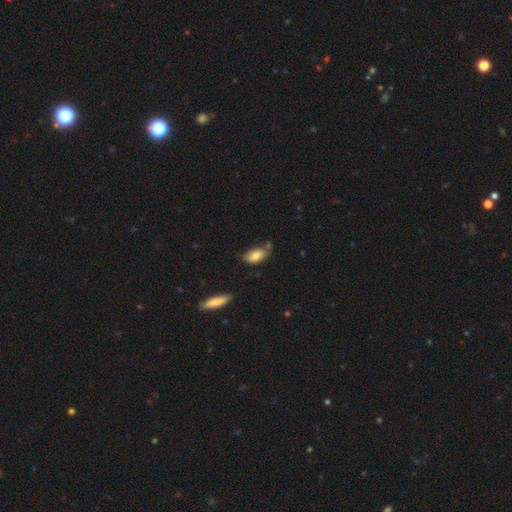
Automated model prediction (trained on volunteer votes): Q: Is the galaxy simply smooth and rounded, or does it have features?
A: smooth — 79%.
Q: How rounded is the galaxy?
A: in between — 90%.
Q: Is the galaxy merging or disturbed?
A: none — 49%.